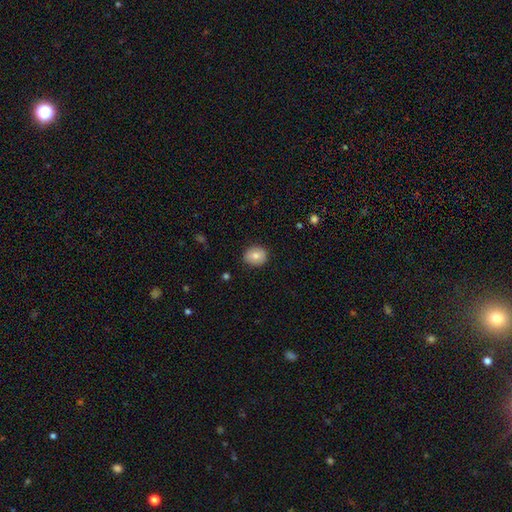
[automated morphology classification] smooth_or_featured: smooth (p=0.79) [alt: featured or disk p=0.13]
how_rounded: round (p=0.67) [alt: in between p=0.32]
merging: none (p=0.87) [alt: minor disturbance p=0.10]